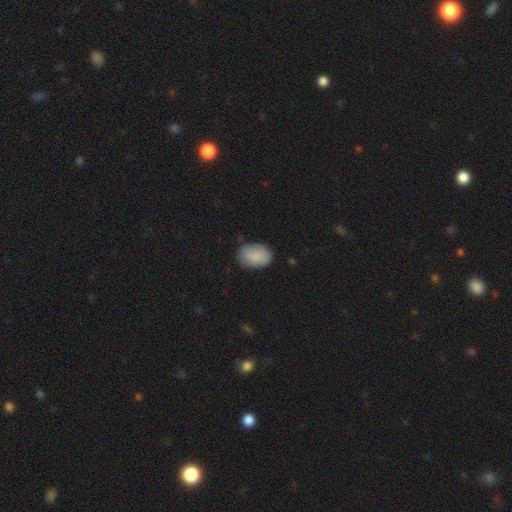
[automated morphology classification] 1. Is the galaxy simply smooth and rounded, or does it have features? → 85% smooth, 8% featured or disk, 7% star or artifact.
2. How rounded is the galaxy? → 81% in between, 18% round, 1% cigar-shaped.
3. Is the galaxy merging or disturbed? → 68% none, 25% minor disturbance, 5% major disturbance, 2% merger.